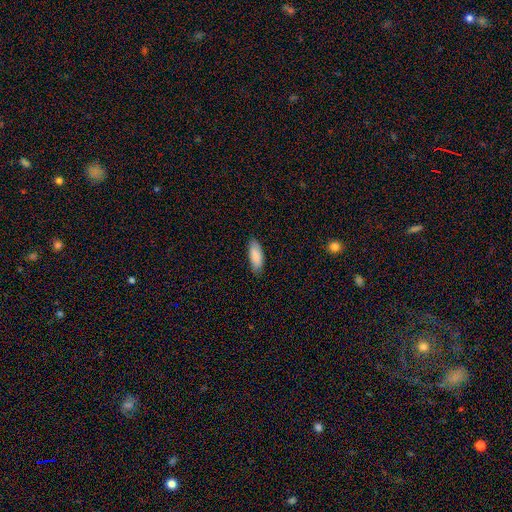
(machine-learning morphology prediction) Smooth or featured? Predicted: smooth (p=0.88). How rounded? Predicted: in between (p=0.80). Merging? Predicted: none (p=0.82).